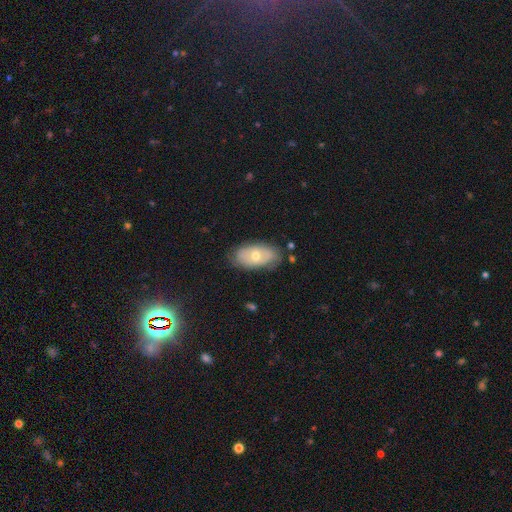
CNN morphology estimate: A smooth galaxy with no disk features (49%). Merging: none (76%).